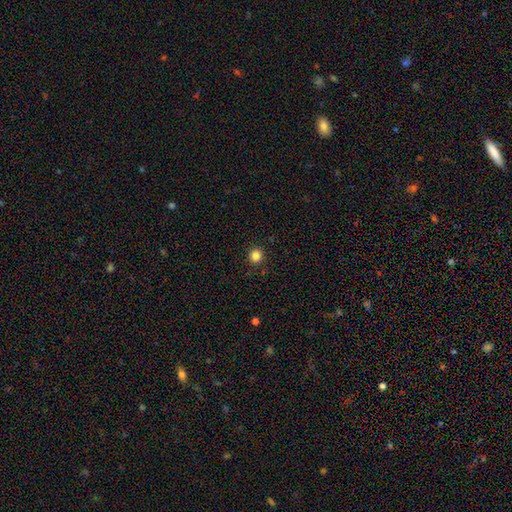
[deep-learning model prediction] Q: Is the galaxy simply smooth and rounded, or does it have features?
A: smooth — 83%.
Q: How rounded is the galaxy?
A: round — 92%.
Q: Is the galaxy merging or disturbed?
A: none — 91%.